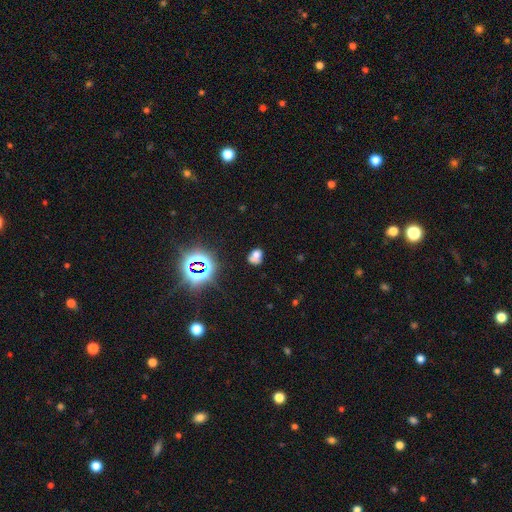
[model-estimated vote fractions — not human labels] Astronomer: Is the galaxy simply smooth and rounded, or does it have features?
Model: smooth — 62%.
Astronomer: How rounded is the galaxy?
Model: in between — 56% (runner-up: round, 42%).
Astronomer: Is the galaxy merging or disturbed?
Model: none — 47% (runner-up: minor disturbance, 22%).